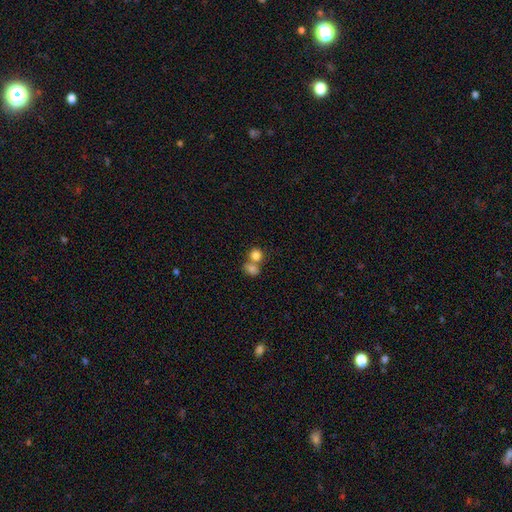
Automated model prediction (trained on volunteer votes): Overall: smooth (81%). How rounded: round (79%). Merging: merger (54%; none 37%).